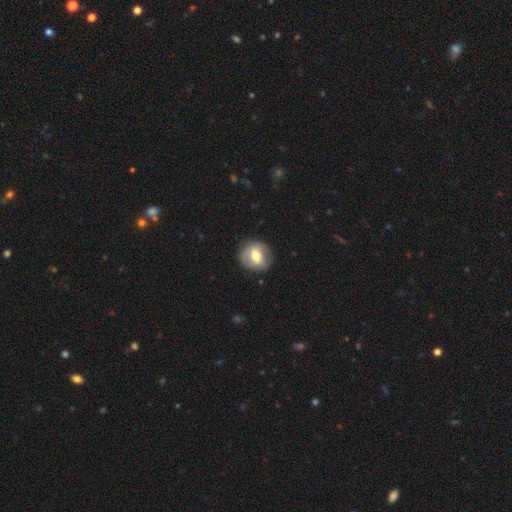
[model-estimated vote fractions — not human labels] A smooth galaxy with no disk features (54%) that is round (79%).

Vote fractions:
- Smooth or featured? smooth: 54% / featured or disk: 39% / star or artifact: 7%
- How rounded? round: 79% / in between: 19% / cigar-shaped: 1%
- Merging? none: 82% / minor disturbance: 12% / major disturbance: 4% / merger: 1%